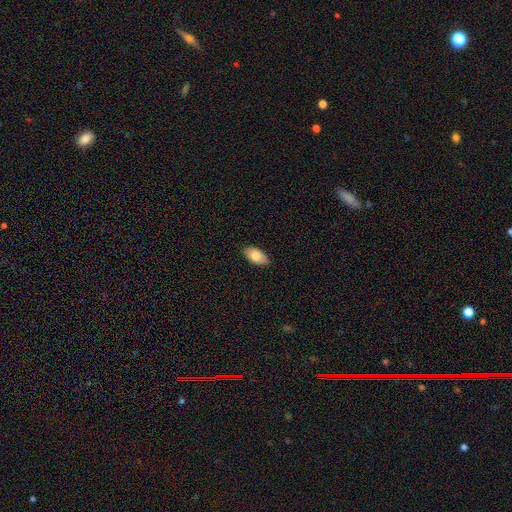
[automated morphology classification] Overall: smooth (83%). How rounded: in between (94%). Merging: none (86%).